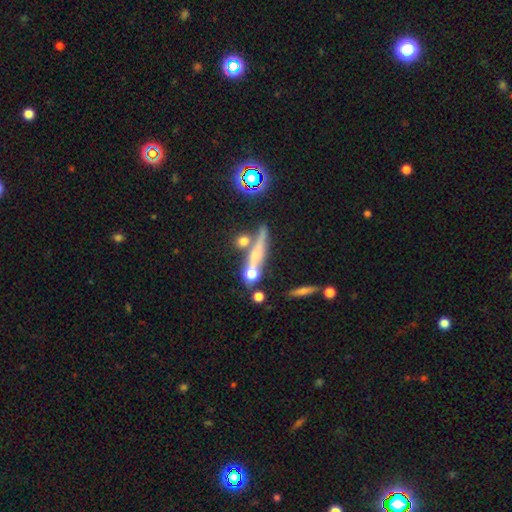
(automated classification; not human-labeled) Smooth or featured: featured or disk — 43% (smooth — 39%)
Merging: none — 59% (merger — 22%)